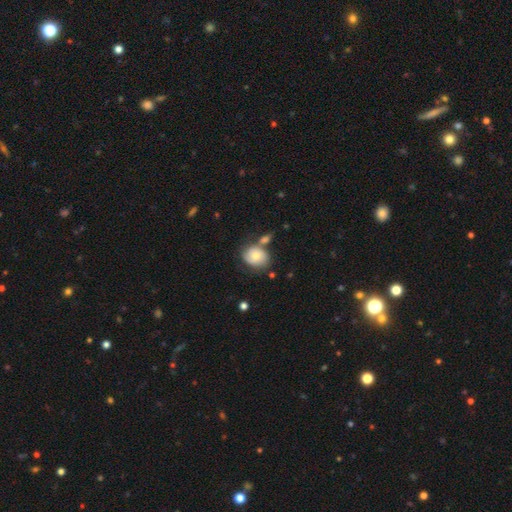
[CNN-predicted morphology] A smooth galaxy with no disk features (64%) that is round (51%).

Vote fractions:
- Smooth or featured? smooth: 64% / featured or disk: 28% / star or artifact: 8%
- How rounded? round: 51% / in between: 48% / cigar-shaped: 1%
- Merging? none: 56% / merger: 19% / minor disturbance: 19% / major disturbance: 6%